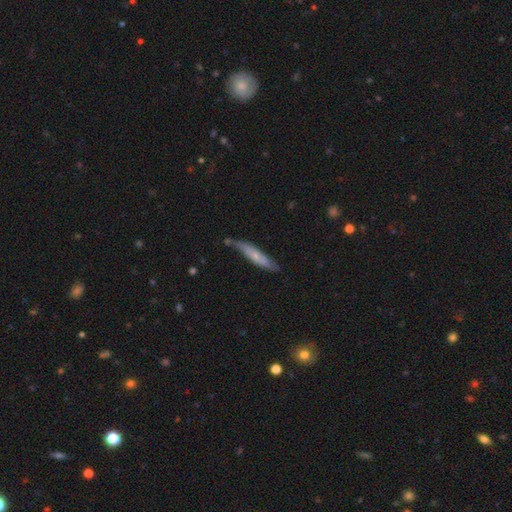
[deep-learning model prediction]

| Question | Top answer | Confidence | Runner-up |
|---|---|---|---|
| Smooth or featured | smooth | 53% | featured or disk (42%) |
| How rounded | cigar-shaped | 87% | in between (11%) |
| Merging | none | 60% | minor disturbance (28%) |